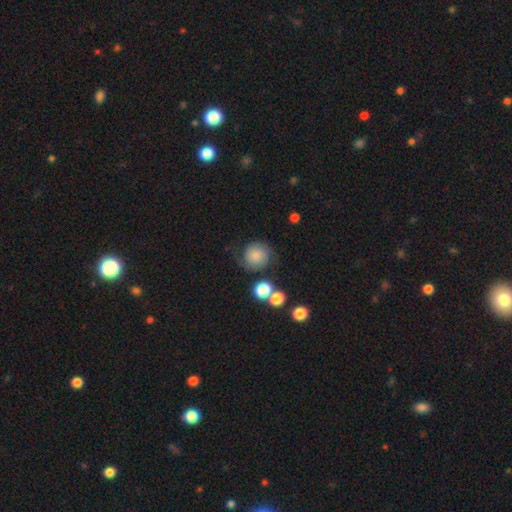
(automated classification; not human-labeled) A smooth galaxy with no disk features (62%) that is round (88%). Merging: none (66%).